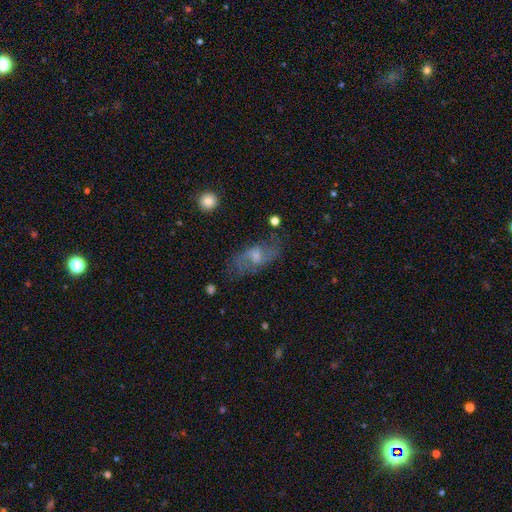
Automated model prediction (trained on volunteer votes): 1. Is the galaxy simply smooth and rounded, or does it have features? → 65% featured or disk, 25% smooth, 10% star or artifact.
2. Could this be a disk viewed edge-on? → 89% no, 11% yes.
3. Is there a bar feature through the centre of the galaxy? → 48% weak, 42% no, 10% strong.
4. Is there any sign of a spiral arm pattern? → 82% yes, 18% no.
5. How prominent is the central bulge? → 47% moderate, 41% small, 7% none, 4% large, 1% dominant.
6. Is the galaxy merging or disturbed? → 70% none, 18% minor disturbance, 9% major disturbance, 2% merger.